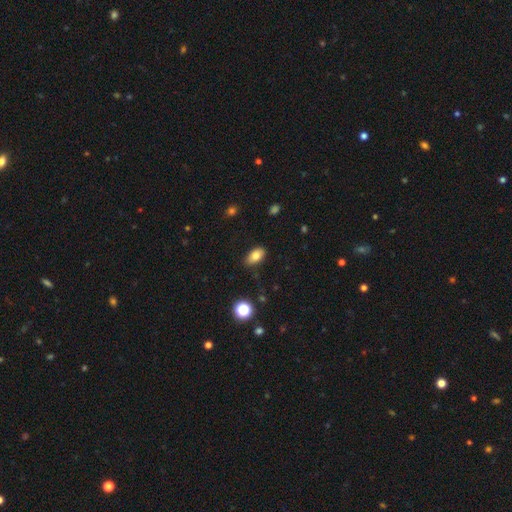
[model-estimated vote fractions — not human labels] This is clearly a smooth galaxy (81%). How rounded: clearly in between (91%). Merging: clearly none (82%).